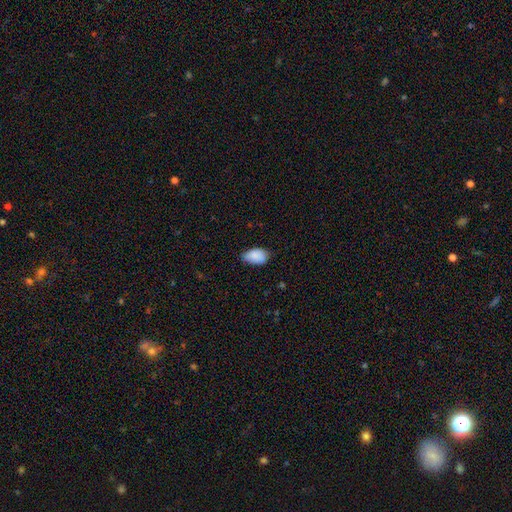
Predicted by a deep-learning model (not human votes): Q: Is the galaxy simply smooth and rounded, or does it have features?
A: smooth — 87%.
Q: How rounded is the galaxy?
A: in between — 92%.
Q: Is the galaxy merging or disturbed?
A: none — 63%.